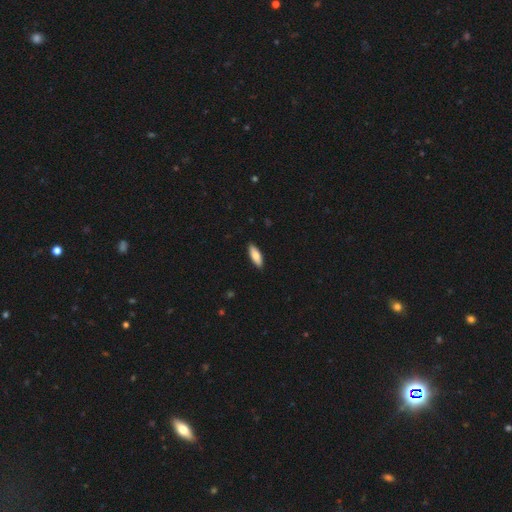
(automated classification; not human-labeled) smooth 76%, featured or disk 18%, star or artifact 6%. Down the decision tree: how rounded — in between (65%); merging — none (90%).